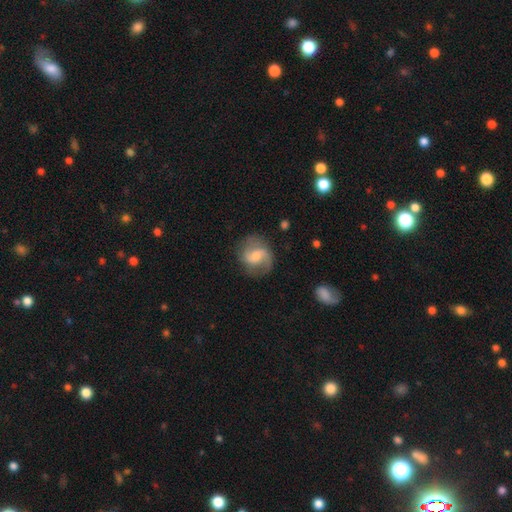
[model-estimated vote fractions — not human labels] This is likely a featured or disk galaxy (77%). It is clearly not viewed edge-on (98%). Bar: possibly weak (51%). Spiral arm pattern: clearly yes (95%). Spiral arm count: clearly 2 (84%). Spiral winding: possibly medium (48%). Central bulge: possibly moderate (47%). Merging: likely none (75%).